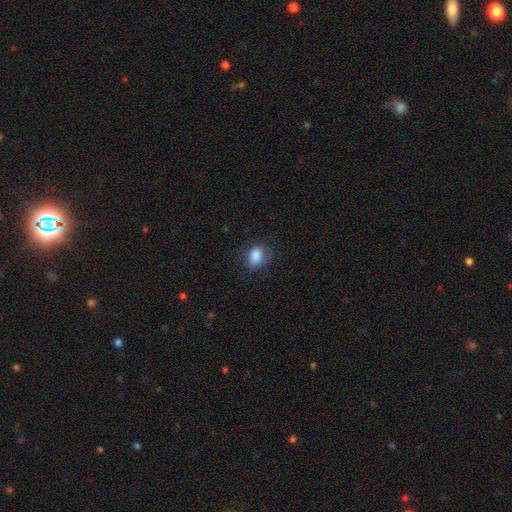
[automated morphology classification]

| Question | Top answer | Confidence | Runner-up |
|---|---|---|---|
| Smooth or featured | smooth | 83% | star or artifact (9%) |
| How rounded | in between | 61% | round (38%) |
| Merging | none | 67% | minor disturbance (22%) |